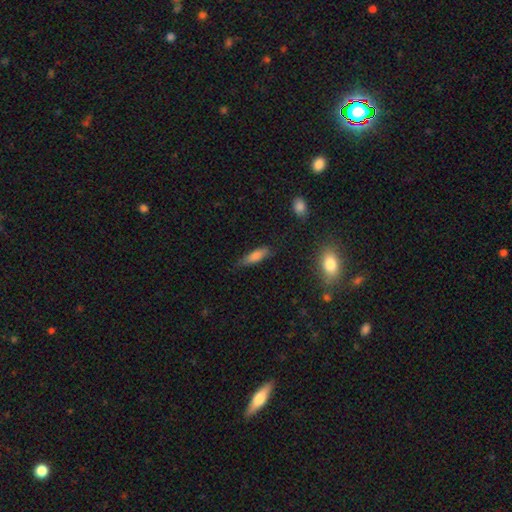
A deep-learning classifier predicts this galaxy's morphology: The model was most divided on "how rounded": cigar-shaped: 55%, in between: 43%, round: 2%. More confident: smooth or featured — smooth (77%); merging — none (75%).